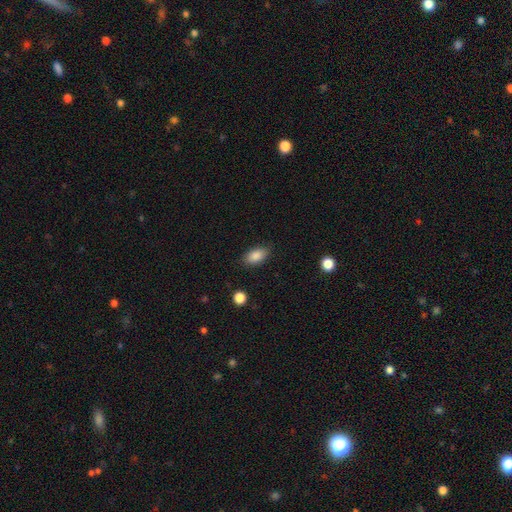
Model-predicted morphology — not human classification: Smooth or featured? smooth (87%)
How rounded? in between (91%)
Merging? none (86%)